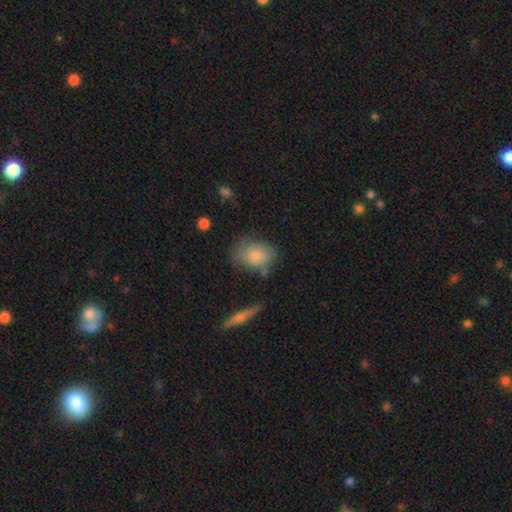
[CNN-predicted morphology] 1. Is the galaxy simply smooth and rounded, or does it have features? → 78% smooth, 15% featured or disk, 8% star or artifact.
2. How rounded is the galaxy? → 64% in between, 34% round, 2% cigar-shaped.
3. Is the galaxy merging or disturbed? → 55% none, 29% minor disturbance, 11% major disturbance, 6% merger.